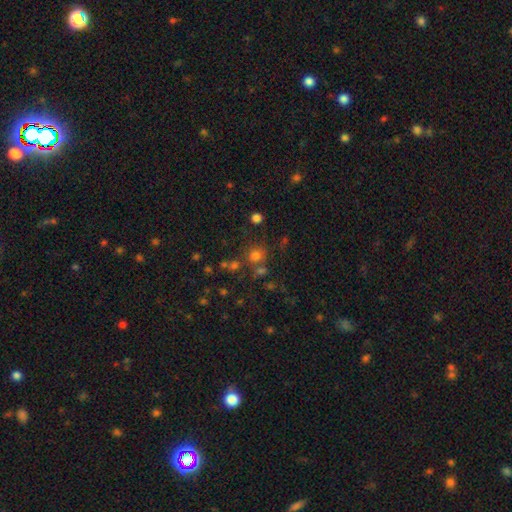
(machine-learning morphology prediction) smooth-or-featured: smooth: 71% | star or artifact: 21% | featured or disk: 8%
  how-rounded: round: 83% | in between: 16% | cigar-shaped: 1%
  merging: none: 68% | merger: 17% | minor disturbance: 11% | major disturbance: 5%